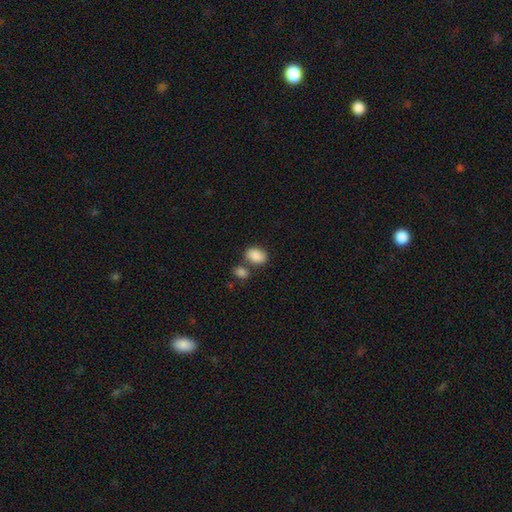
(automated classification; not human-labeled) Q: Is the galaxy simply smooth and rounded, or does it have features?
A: smooth — 87%.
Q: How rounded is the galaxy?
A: in between — 78%.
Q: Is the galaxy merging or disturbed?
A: none — 57%.